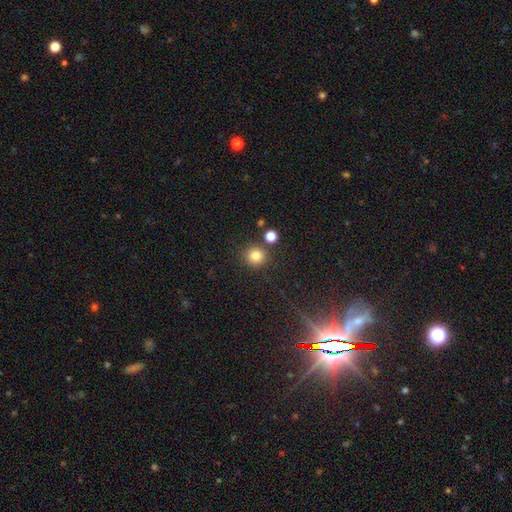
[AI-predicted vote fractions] Overall: smooth (81%). How rounded: round (92%). Merging: none (83%).